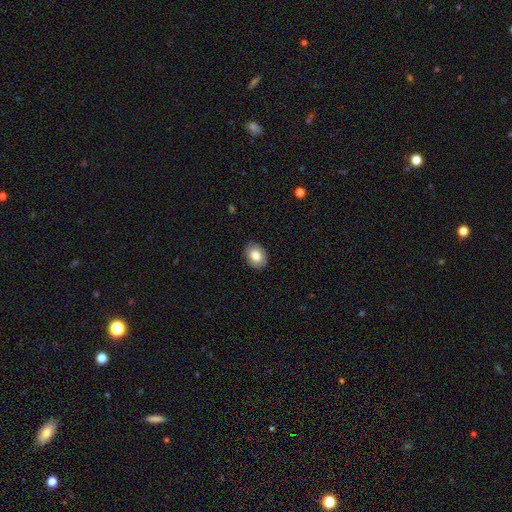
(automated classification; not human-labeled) smooth_or_featured: smooth (p=0.79) [alt: featured or disk p=0.13]
how_rounded: in between (p=0.68) [alt: round p=0.31]
merging: none (p=0.88) [alt: minor disturbance p=0.09]